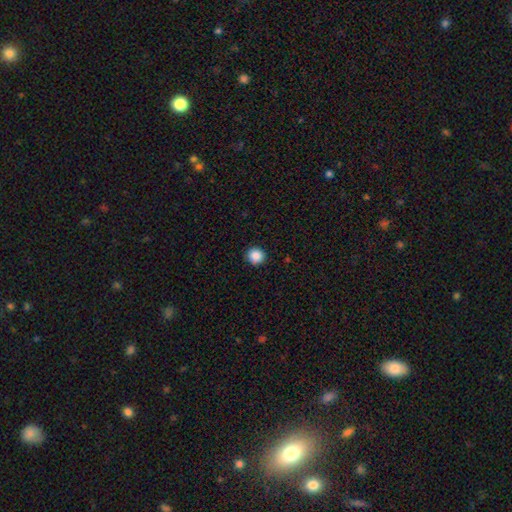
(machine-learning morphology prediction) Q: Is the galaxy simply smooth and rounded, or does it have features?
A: smooth — 87%.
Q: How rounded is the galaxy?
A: round — 92%.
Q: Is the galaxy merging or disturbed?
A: none — 91%.